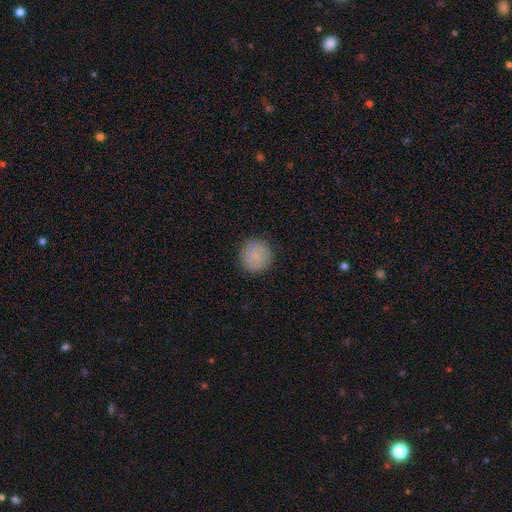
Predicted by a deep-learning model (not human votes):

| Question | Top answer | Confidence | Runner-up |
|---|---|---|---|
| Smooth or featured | smooth | 81% | featured or disk (10%) |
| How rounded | round | 94% | in between (5%) |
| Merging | none | 88% | minor disturbance (9%) |